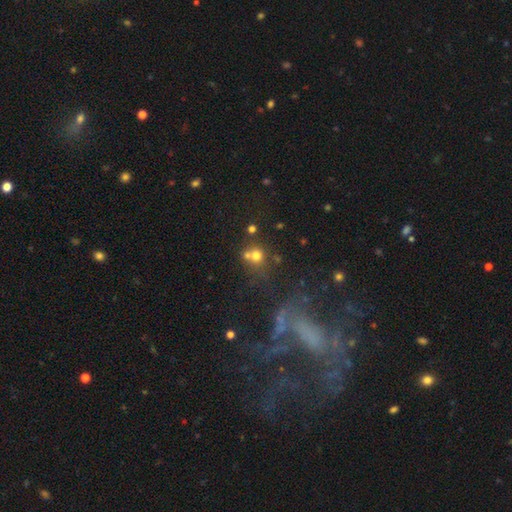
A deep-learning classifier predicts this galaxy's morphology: This is likely a smooth galaxy (67%). How rounded: clearly round (86%). Merging: possibly none (48%).